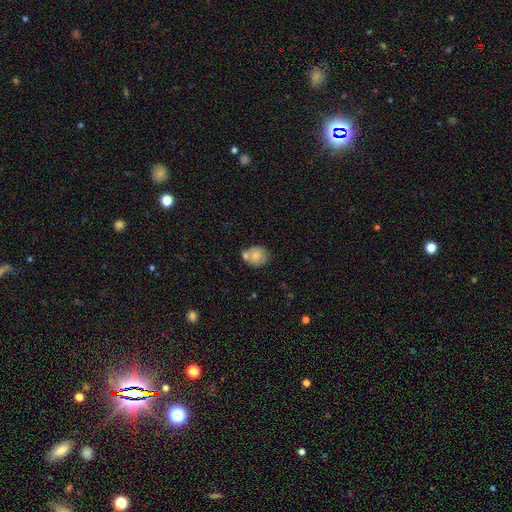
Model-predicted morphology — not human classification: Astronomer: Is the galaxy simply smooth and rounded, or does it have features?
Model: smooth — 72%.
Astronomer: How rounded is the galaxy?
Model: round — 68%.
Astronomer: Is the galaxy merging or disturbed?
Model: none — 48% (runner-up: merger, 32%).